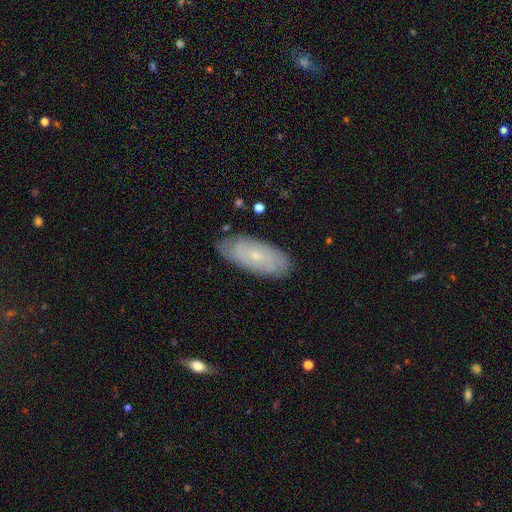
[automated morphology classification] The model was most divided on "smooth or featured": featured or disk: 63%, smooth: 29%, star or artifact: 8%. More confident: edge-on disk — no (89%); merging — none (82%); spiral arms — yes (82%); bulge size — small (81%); bar — no (78%).